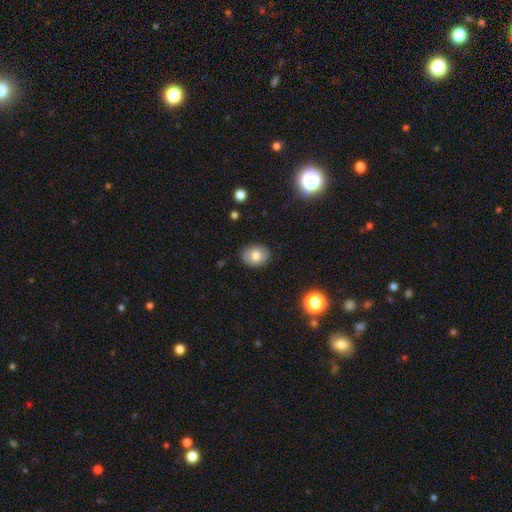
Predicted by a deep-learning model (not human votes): smooth_or_featured: smooth (p=0.72) [alt: featured or disk p=0.20]
how_rounded: in between (p=0.55) [alt: round p=0.44]
merging: none (p=0.87) [alt: minor disturbance p=0.10]